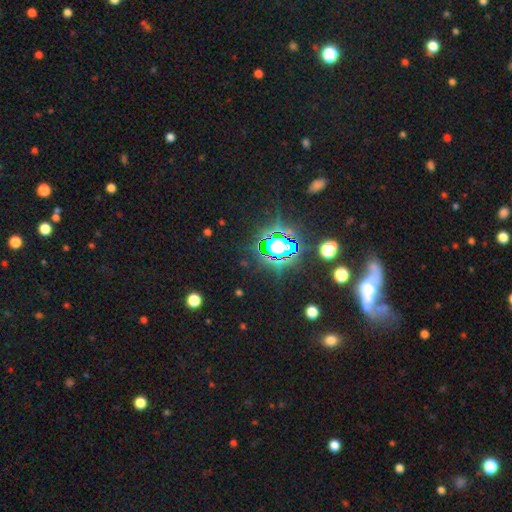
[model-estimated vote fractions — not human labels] This is likely a star or artifact rather than a galaxy (71%).